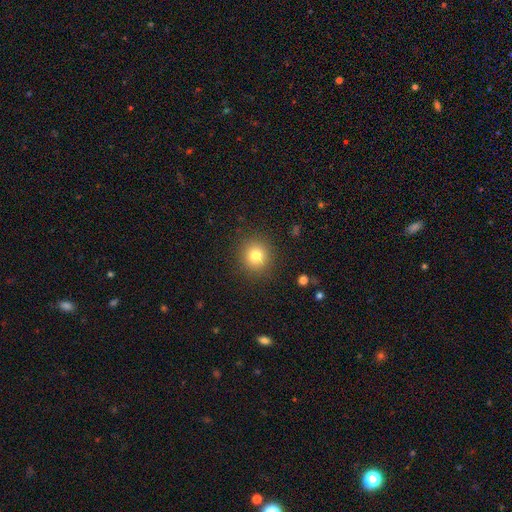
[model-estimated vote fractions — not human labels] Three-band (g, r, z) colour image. It shows a smooth galaxy with no disk features (80%) that is round (91%). Merging: none (90%).